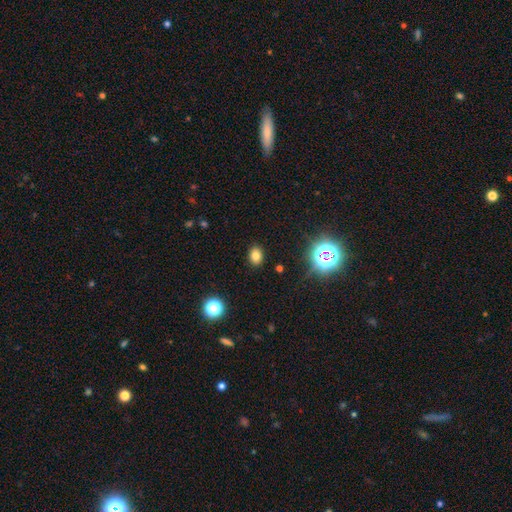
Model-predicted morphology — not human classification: type=smooth (76%); roundness=in between (66%); merging=none (88%).